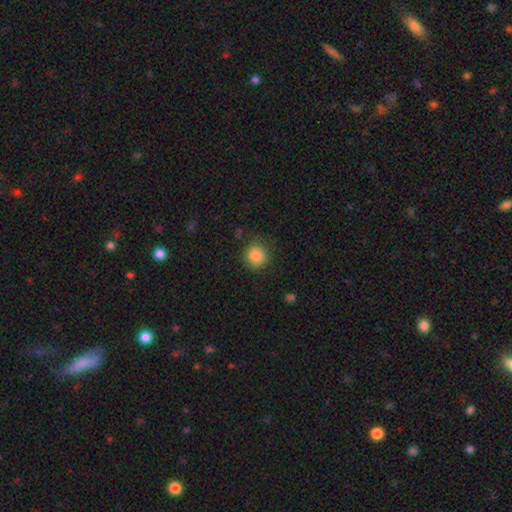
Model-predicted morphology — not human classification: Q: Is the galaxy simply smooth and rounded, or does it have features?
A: smooth — 86%.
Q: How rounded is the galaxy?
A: round — 90%.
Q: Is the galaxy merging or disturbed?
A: none — 84%.